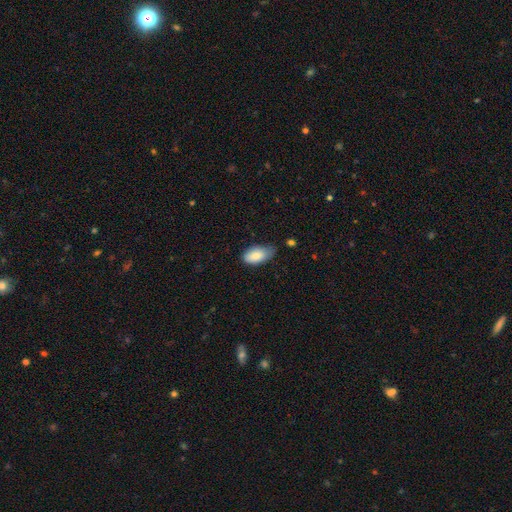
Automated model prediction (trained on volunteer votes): The model was most divided on "merging": none: 50%, minor disturbance: 40%, major disturbance: 7%, merger: 2%. More confident: how rounded — in between (94%); smooth or featured — smooth (86%).